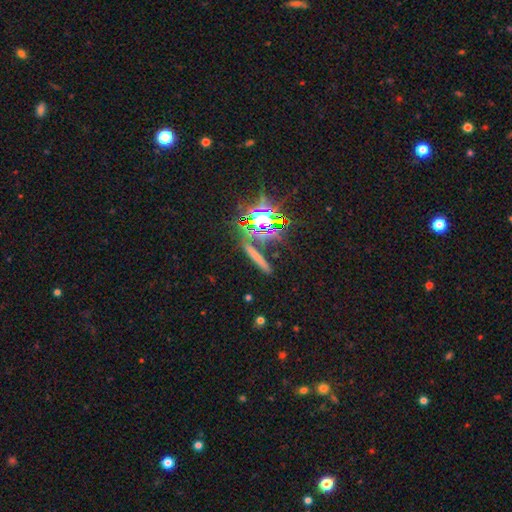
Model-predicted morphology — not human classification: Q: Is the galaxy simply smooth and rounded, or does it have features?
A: smooth — 51%.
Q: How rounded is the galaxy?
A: cigar-shaped — 88%.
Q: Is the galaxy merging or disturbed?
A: none — 79%.